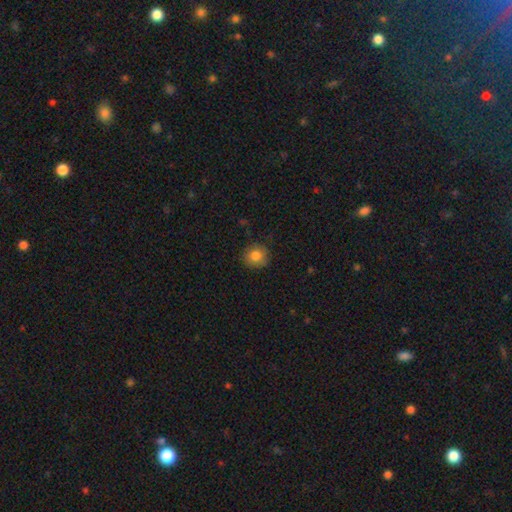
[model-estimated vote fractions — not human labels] A smooth galaxy with no disk features (82%) that is round (86%).

Vote fractions:
- Smooth or featured? smooth: 82% / star or artifact: 10% / featured or disk: 8%
- How rounded? round: 86% / in between: 13% / cigar-shaped: 1%
- Merging? none: 84% / minor disturbance: 12% / major disturbance: 3% / merger: 1%